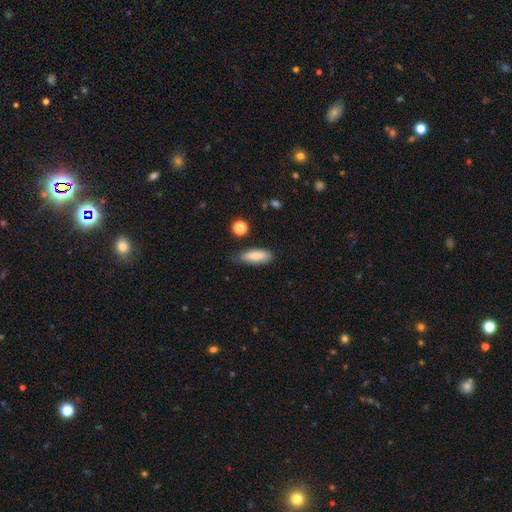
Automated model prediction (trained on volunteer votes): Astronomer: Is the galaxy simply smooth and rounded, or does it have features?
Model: smooth — 81%.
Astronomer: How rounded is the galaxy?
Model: in between — 66%.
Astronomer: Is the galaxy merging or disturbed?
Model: none — 70%.